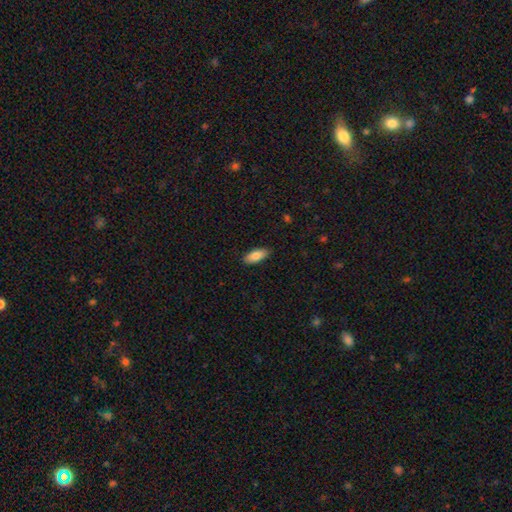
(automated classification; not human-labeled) Q: Smooth or featured?
A: smooth (83%); runner-up: featured or disk (10%)
Q: How rounded?
A: in between (85%); runner-up: cigar-shaped (13%)
Q: Merging?
A: none (88%); runner-up: minor disturbance (9%)